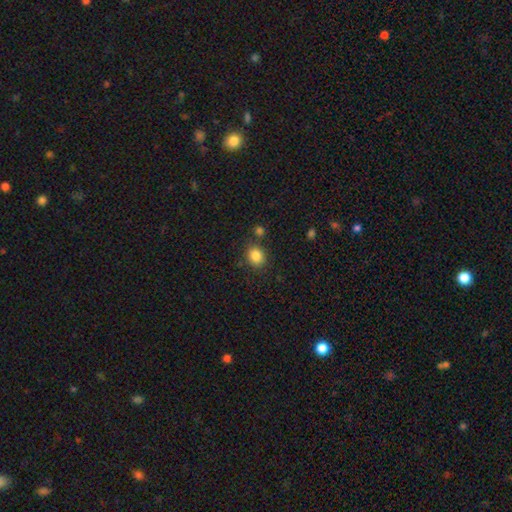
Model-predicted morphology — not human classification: smooth 85%, star or artifact 10%, featured or disk 5%. Down the decision tree: how rounded — round (60%); merging — none (78%).